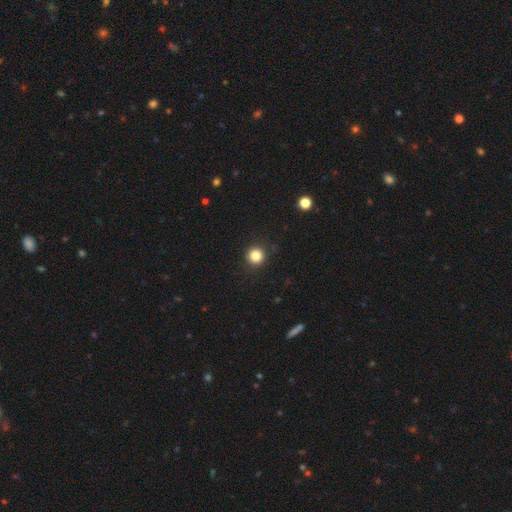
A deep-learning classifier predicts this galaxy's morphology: smooth_or_featured: smooth (p=0.83) [alt: star or artifact p=0.12]
how_rounded: round (p=0.95) [alt: in between p=0.04]
merging: none (p=0.91) [alt: minor disturbance p=0.06]